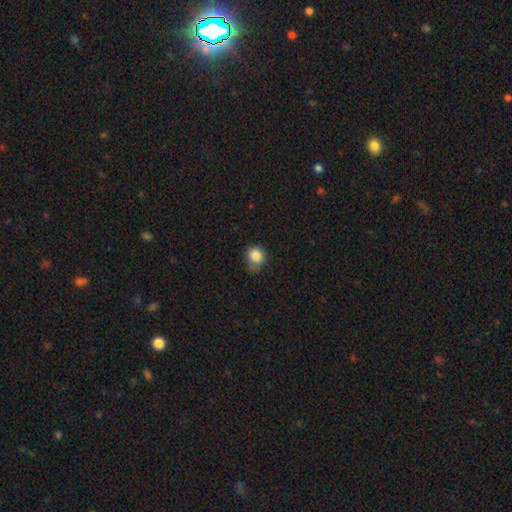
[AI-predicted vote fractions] Morphology: type=smooth (86%); roundness=round (78%); merging=none (52%).